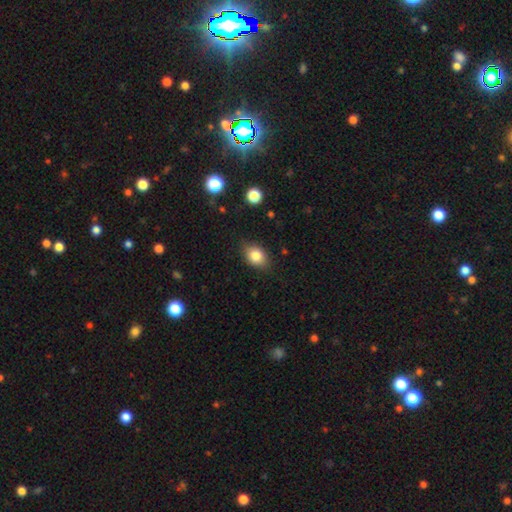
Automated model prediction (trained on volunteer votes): smooth-or-featured: smooth: 82% | star or artifact: 9% | featured or disk: 8%
  how-rounded: in between: 67% | round: 32% | cigar-shaped: 1%
  merging: none: 79% | minor disturbance: 16% | major disturbance: 3% | merger: 1%